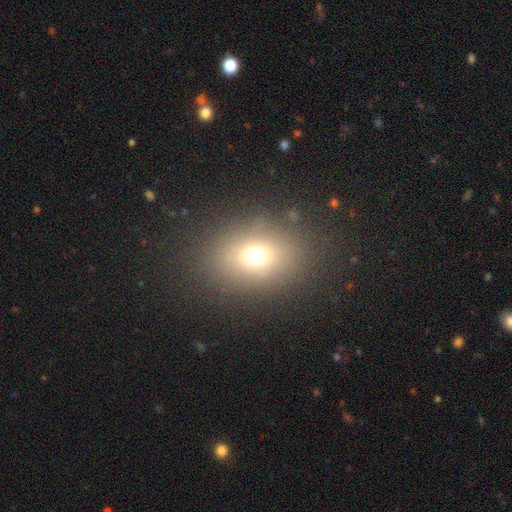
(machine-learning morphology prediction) This appears to be a smooth galaxy with no disk features (68%) that is in between round and cigar-shaped (57%). Merging: none (82%).